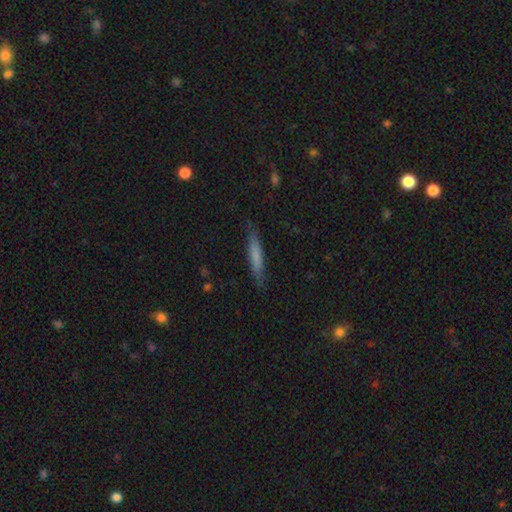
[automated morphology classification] A smooth galaxy with no disk features (71%) that is cigar-shaped (91%). Merging: none (83%).